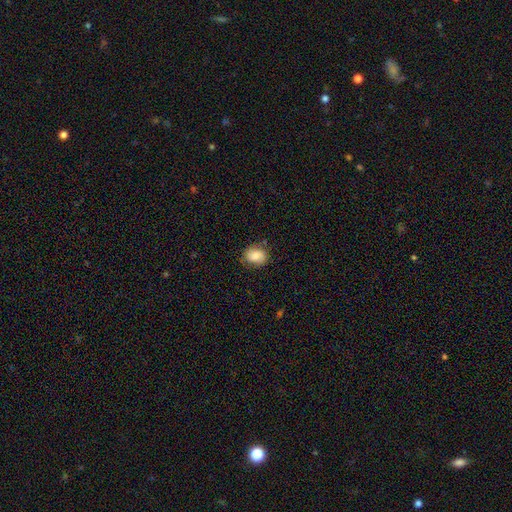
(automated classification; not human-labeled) Smooth or featured? smooth (71%)
How rounded? in between (50%)
Merging? none (74%)